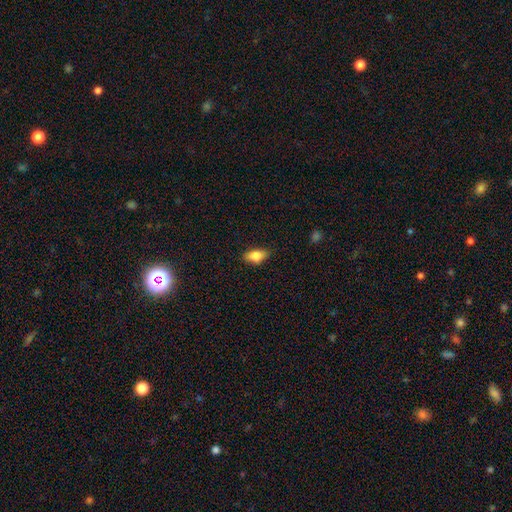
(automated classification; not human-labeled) A smooth galaxy with no disk features (82%) that is in between round and cigar-shaped (86%).

Vote fractions:
- Smooth or featured? smooth: 82% / featured or disk: 11% / star or artifact: 8%
- How rounded? in between: 86% / cigar-shaped: 9% / round: 5%
- Merging? none: 78% / minor disturbance: 17% / major disturbance: 3% / merger: 1%